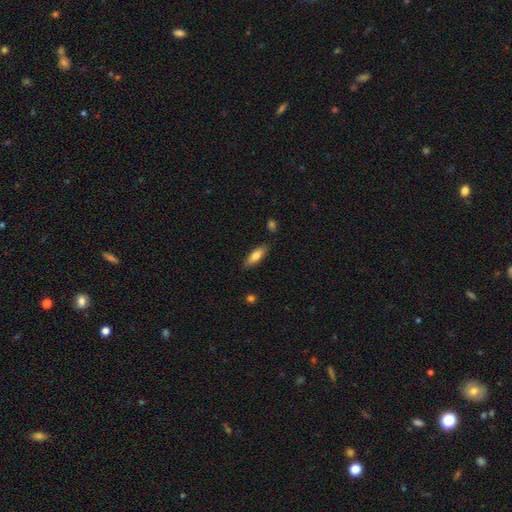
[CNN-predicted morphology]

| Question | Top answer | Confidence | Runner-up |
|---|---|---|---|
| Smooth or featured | smooth | 73% | featured or disk (21%) |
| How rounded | in between | 56% | cigar-shaped (42%) |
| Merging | none | 84% | minor disturbance (11%) |